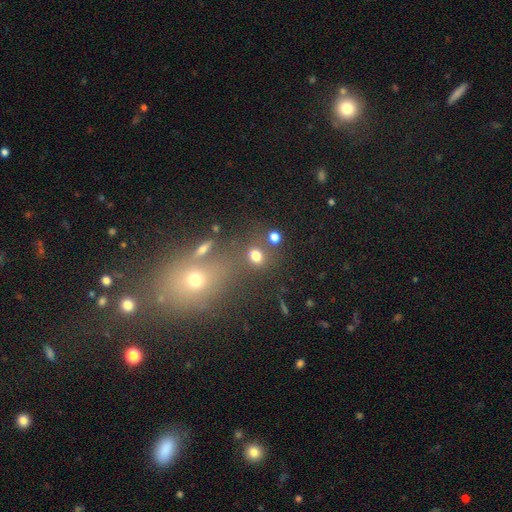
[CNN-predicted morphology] smooth_or_featured: smooth (p=0.75) [alt: star or artifact p=0.17]
how_rounded: round (p=0.64) [alt: in between p=0.34]
merging: none (p=0.65) [alt: merger p=0.18]